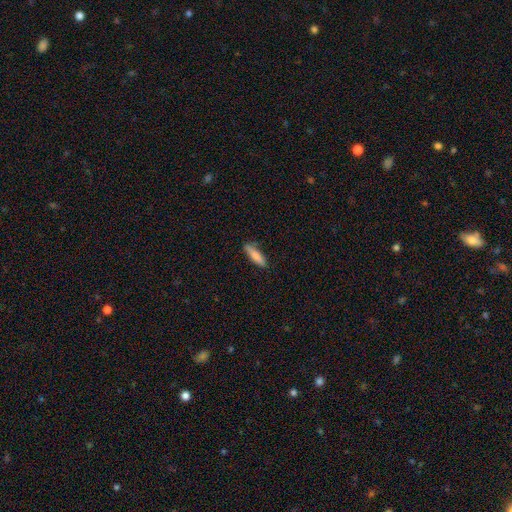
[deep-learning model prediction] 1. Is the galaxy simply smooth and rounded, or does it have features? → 83% smooth, 11% featured or disk, 6% star or artifact.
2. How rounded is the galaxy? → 69% cigar-shaped, 29% in between, 2% round.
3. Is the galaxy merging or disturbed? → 82% none, 14% minor disturbance, 2% major disturbance, 2% merger.